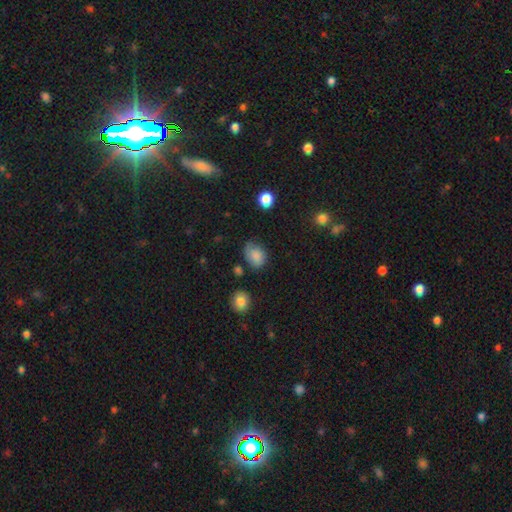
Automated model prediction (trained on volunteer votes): Overall: smooth (82%). How rounded: in between (63%; round 36%). Merging: none (58%; minor disturbance 31%).